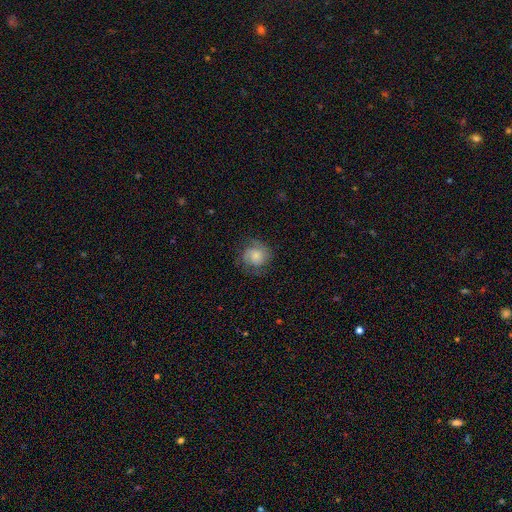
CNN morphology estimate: This is possibly a smooth galaxy (52%). How rounded: clearly round (83%). Merging: likely none (67%).